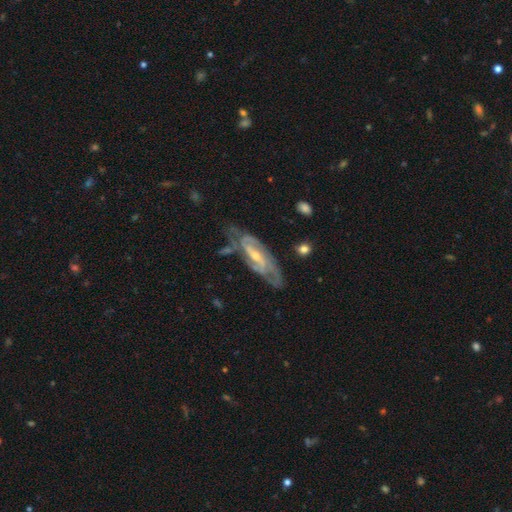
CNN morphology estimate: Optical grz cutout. It shows a featured or disk galaxy (87%) with a weak bar (43%), 2 (56%) tight (48%) spiral arms (95%) and a small central bulge (57%). Merging: none (63%).